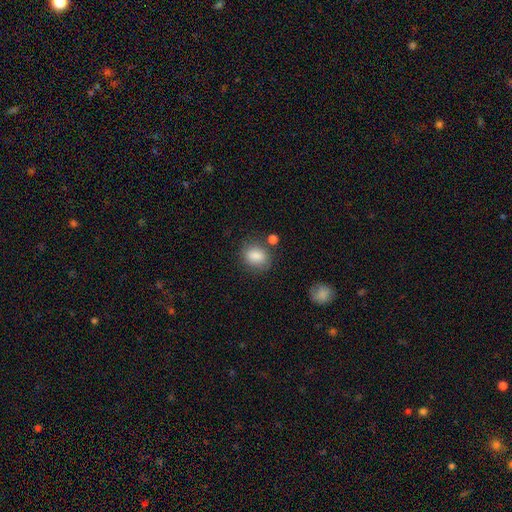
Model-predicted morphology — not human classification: This is clearly a smooth galaxy (86%). How rounded: likely in between (60%). Merging: likely none (71%).